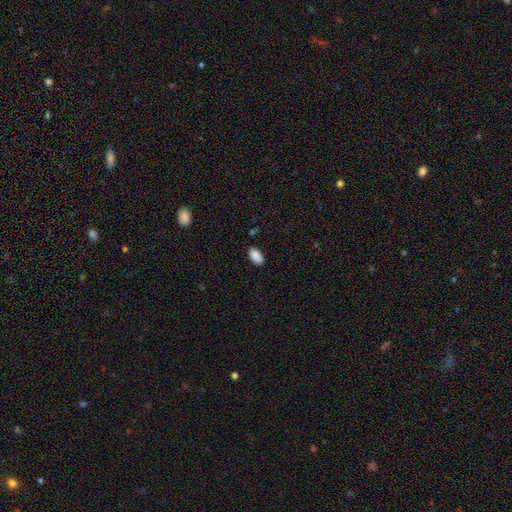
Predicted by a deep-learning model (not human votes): The model was most divided on "merging": none: 84%, minor disturbance: 12%, major disturbance: 2%, merger: 2%. More confident: how rounded — in between (94%); smooth or featured — smooth (89%).